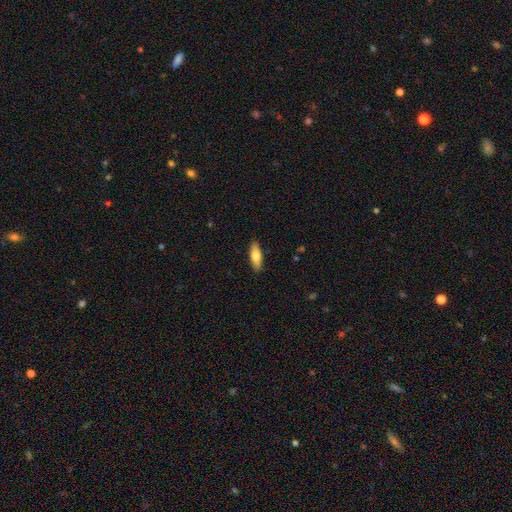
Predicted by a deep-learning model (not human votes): The model was most divided on "how rounded": in between: 62%, cigar-shaped: 36%, round: 2%. More confident: merging — none (89%); smooth or featured — smooth (74%).